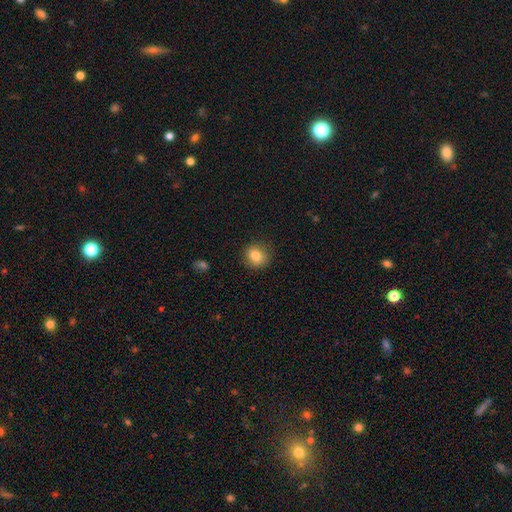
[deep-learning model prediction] A smooth galaxy with no disk features (81%) that is round (81%). Merging: none (87%).